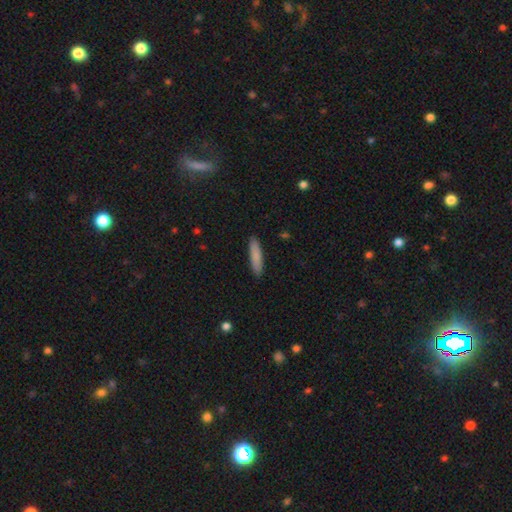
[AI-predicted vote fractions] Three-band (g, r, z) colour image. It shows a smooth galaxy with no disk features (85%) that is cigar-shaped (83%). Merging: none (90%).